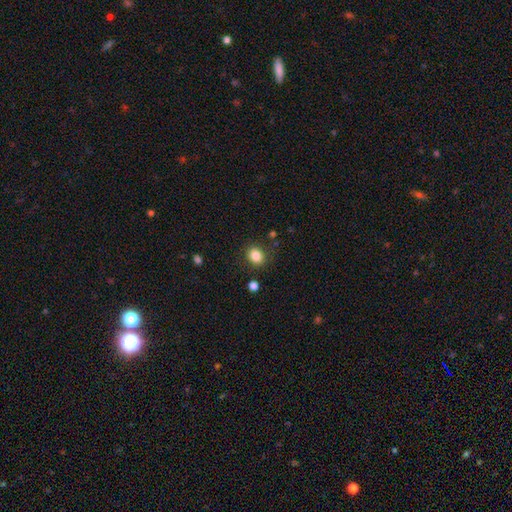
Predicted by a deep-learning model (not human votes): Q: Smooth or featured?
A: smooth (84%); runner-up: star or artifact (10%)
Q: How rounded?
A: round (66%); runner-up: in between (33%)
Q: Merging?
A: none (85%); runner-up: minor disturbance (9%)